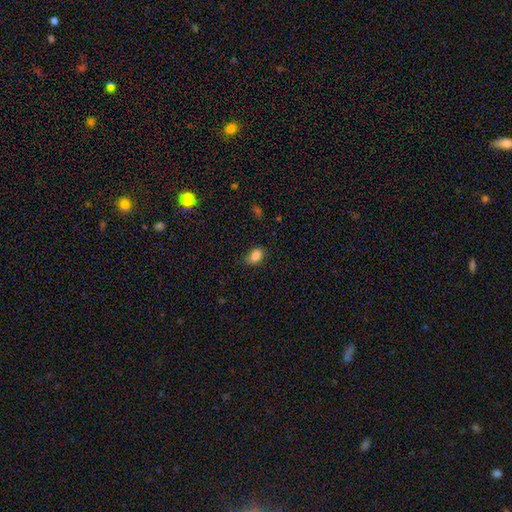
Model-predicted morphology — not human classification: The model was most divided on "merging": none: 72%, minor disturbance: 22%, major disturbance: 4%, merger: 1%. More confident: smooth or featured — smooth (86%); how rounded — in between (83%).